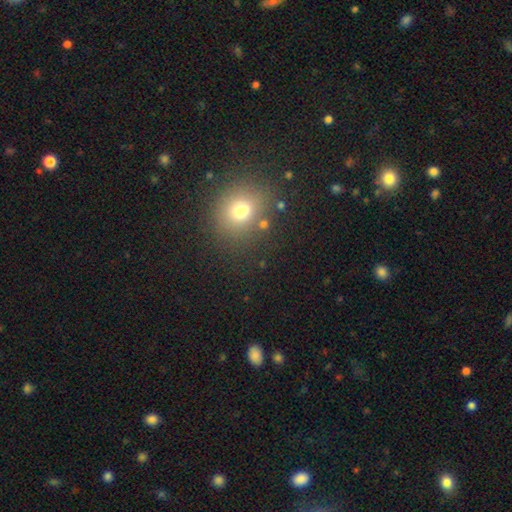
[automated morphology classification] Smooth or featured?
  - smooth: 64% *
  - star or artifact: 30%
  - featured or disk: 7%
How rounded?
  - round: 82% *
  - in between: 17%
  - cigar-shaped: 1%
Merging?
  - none: 87% *
  - minor disturbance: 7%
  - merger: 3%
  - major disturbance: 3%